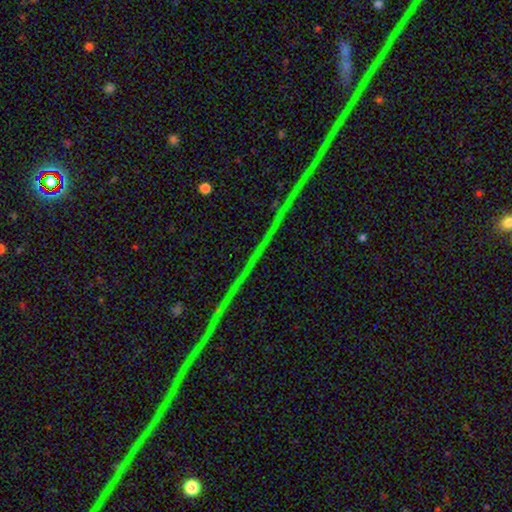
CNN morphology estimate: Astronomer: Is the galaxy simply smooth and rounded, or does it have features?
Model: star or artifact — 79%.